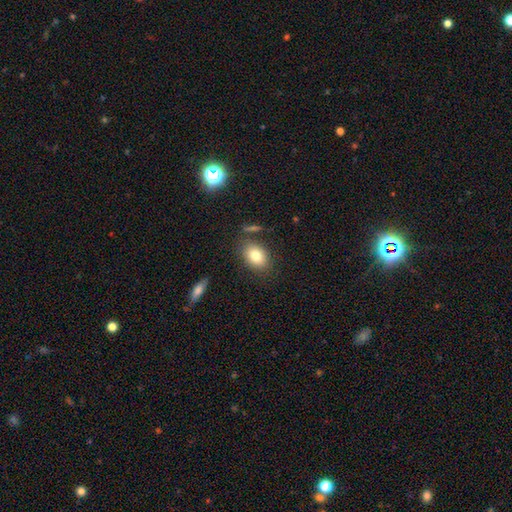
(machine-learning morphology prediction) A smooth galaxy with no disk features (81%) that is in between round and cigar-shaped (77%).

Vote fractions:
- Smooth or featured? smooth: 81% / featured or disk: 10% / star or artifact: 9%
- How rounded? in between: 77% / round: 22% / cigar-shaped: 1%
- Merging? none: 79% / minor disturbance: 12% / merger: 5% / major disturbance: 4%